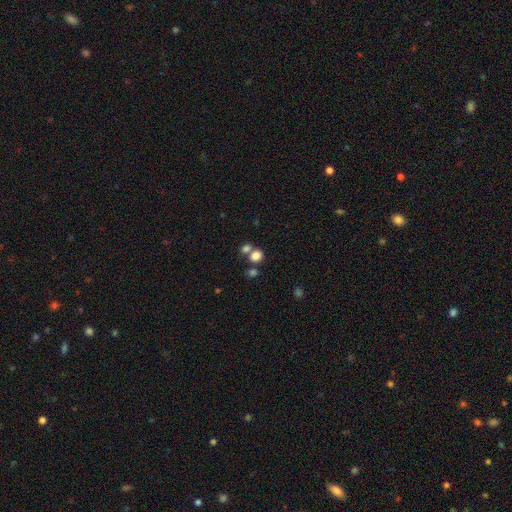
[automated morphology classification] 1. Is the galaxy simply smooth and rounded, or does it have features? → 79% smooth, 13% star or artifact, 7% featured or disk.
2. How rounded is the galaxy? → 61% round, 37% in between, 1% cigar-shaped.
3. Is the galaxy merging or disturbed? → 48% none, 38% merger, 9% minor disturbance, 5% major disturbance.